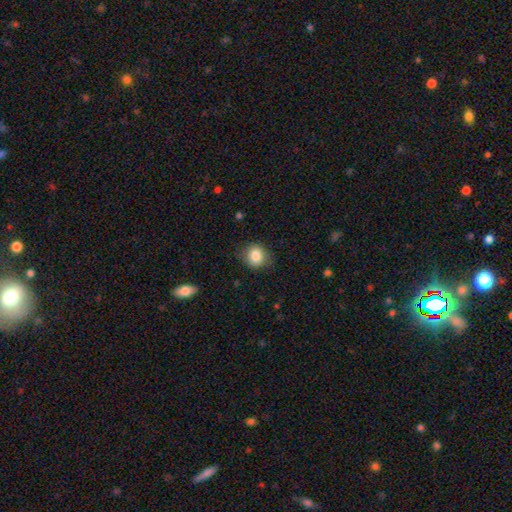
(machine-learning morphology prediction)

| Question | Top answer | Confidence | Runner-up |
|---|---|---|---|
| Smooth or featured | smooth | 83% | star or artifact (9%) |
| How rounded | round | 68% | in between (31%) |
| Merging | none | 78% | minor disturbance (17%) |